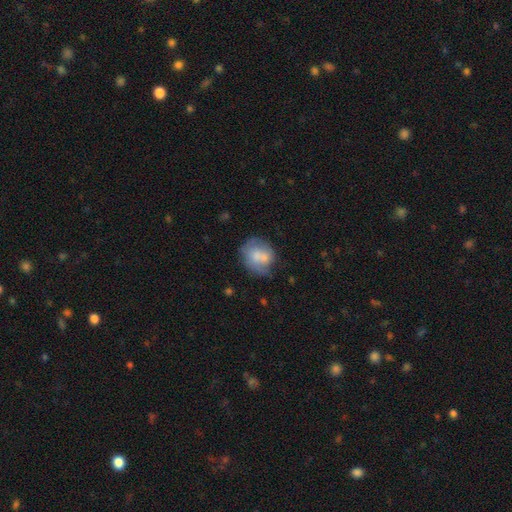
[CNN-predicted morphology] A smooth galaxy with no disk features (67%) that is round (72%). Merging: none (45%).